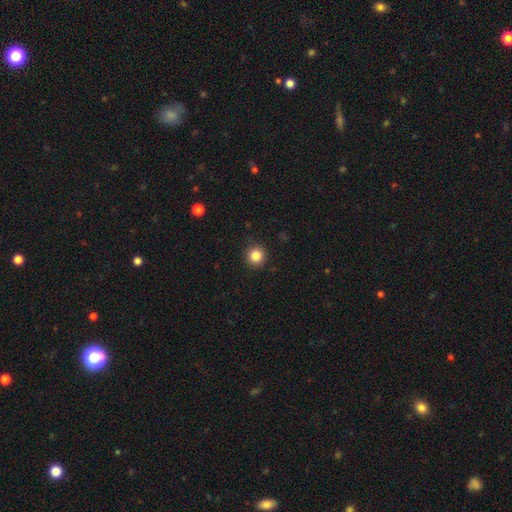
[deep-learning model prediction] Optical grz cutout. It shows a smooth galaxy with no disk features (84%) that is round (94%). Merging: none (89%).